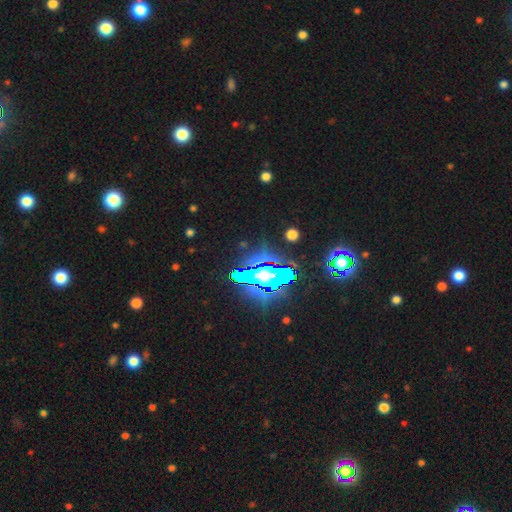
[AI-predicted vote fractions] A star or artifact, not a galaxy (82%).